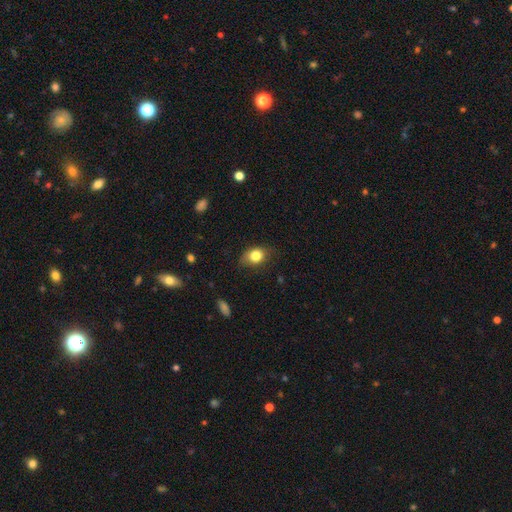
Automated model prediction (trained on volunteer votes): This is clearly a smooth galaxy (81%). How rounded: likely in between (65%). Merging: likely none (73%).